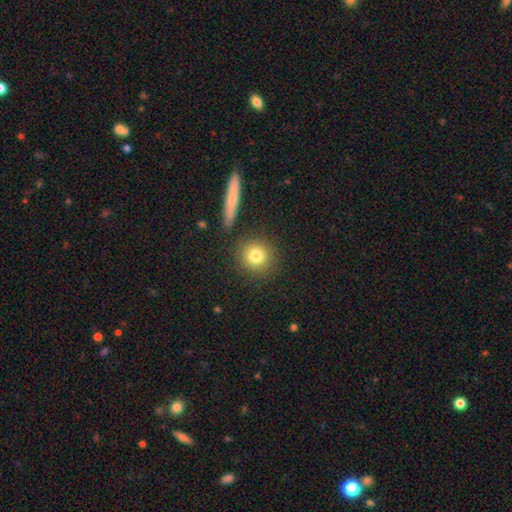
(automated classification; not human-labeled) smooth 81%, star or artifact 10%, featured or disk 9%. Down the decision tree: how rounded — round (90%); merging — none (86%).